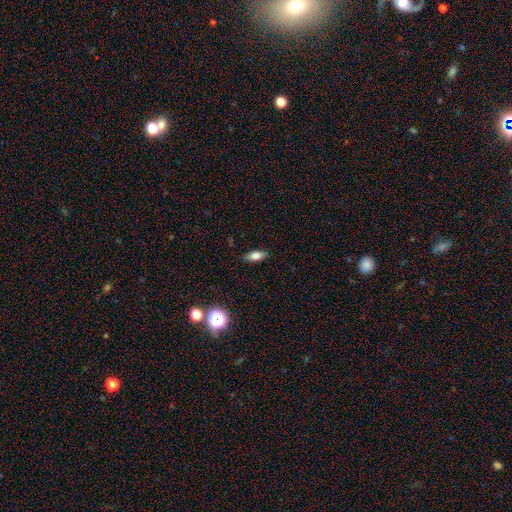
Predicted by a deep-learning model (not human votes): Smooth or featured? smooth (78%)
How rounded? in between (78%)
Merging? none (86%)